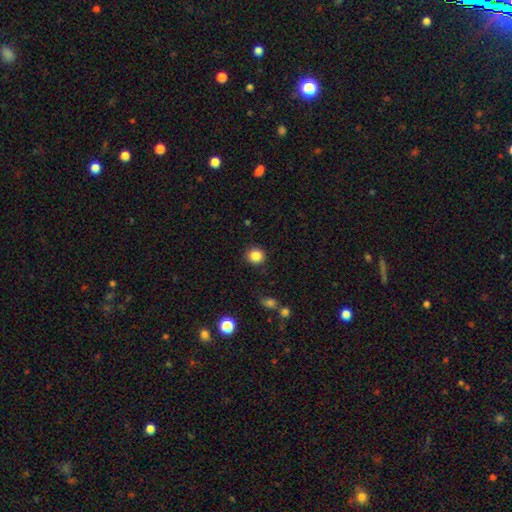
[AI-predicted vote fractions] Smooth or featured? Predicted: smooth (p=0.86). How rounded? Predicted: round (p=0.90). Merging? Predicted: none (p=0.89).